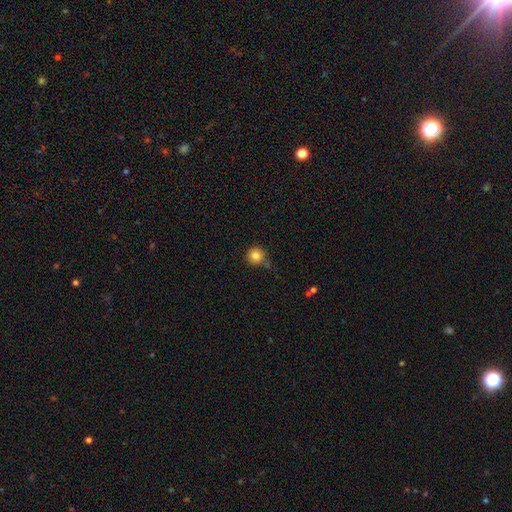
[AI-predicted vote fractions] Overall: smooth (82%). How rounded: round (94%). Merging: none (70%).